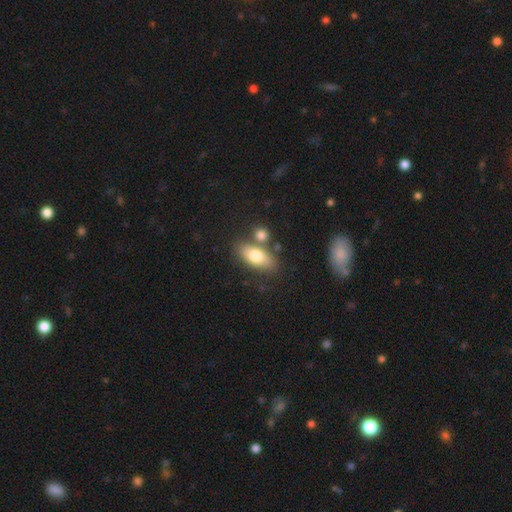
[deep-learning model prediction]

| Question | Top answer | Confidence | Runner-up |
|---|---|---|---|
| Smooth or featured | smooth | 74% | featured or disk (19%) |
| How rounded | in between | 83% | cigar-shaped (12%) |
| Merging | none | 65% | merger (19%) |